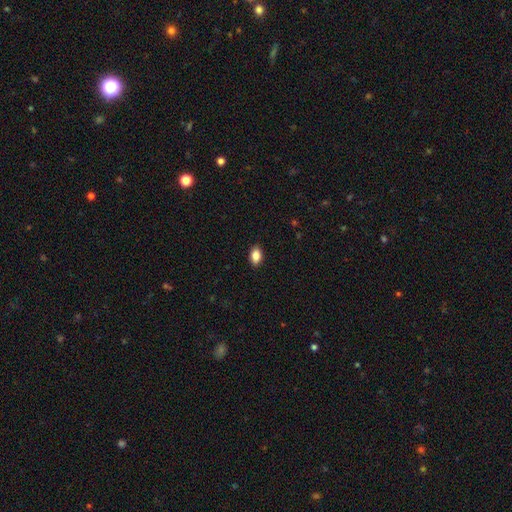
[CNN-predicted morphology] type=smooth (87%); roundness=in between (87%); merging=none (90%).